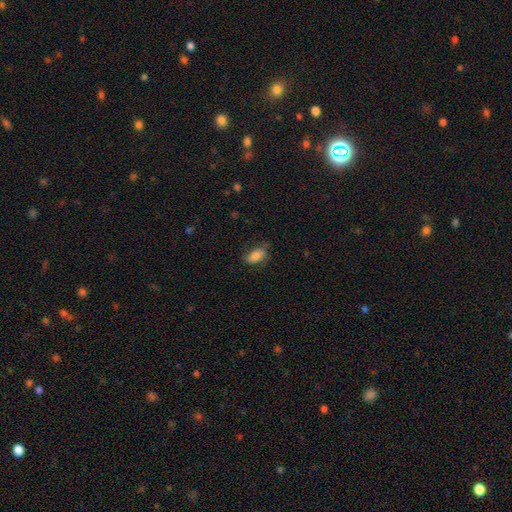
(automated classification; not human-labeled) A smooth galaxy with no disk features (80%) that is in between round and cigar-shaped (89%). Merging: none (67%).